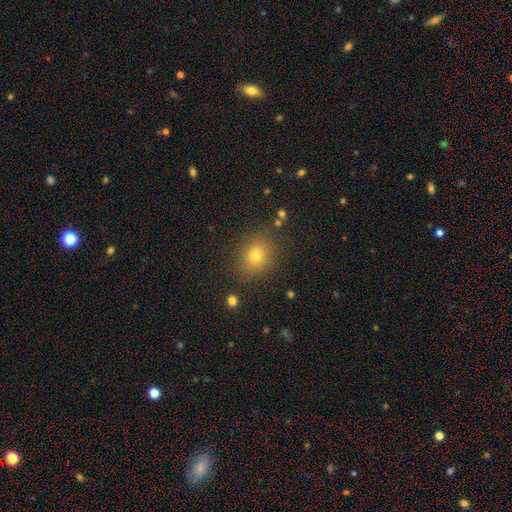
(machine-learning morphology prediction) type=smooth (73%); roundness=round (63%); merging=none (85%).